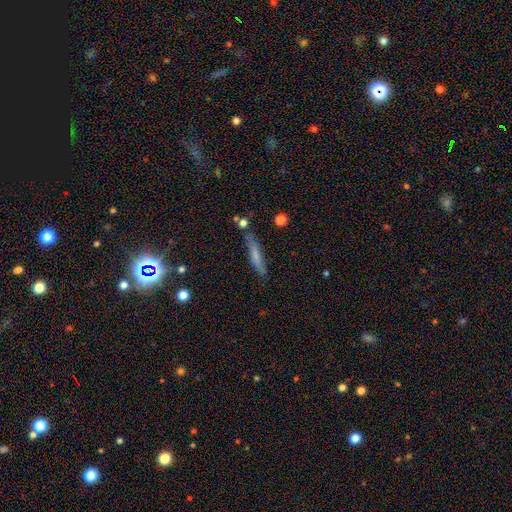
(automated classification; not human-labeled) Smooth or featured? Predicted: smooth (p=0.61). How rounded? Predicted: cigar-shaped (p=0.91). Merging? Predicted: none (p=0.75).